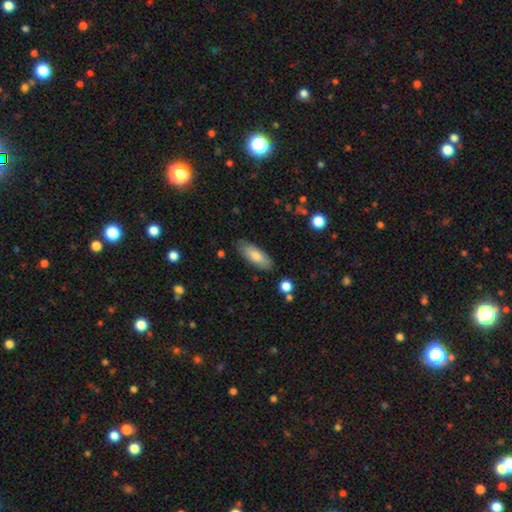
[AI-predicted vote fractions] Smooth or featured: smooth — 76% (featured or disk — 18%)
How rounded: in between — 72% (cigar-shaped — 26%)
Merging: none — 83% (minor disturbance — 12%)